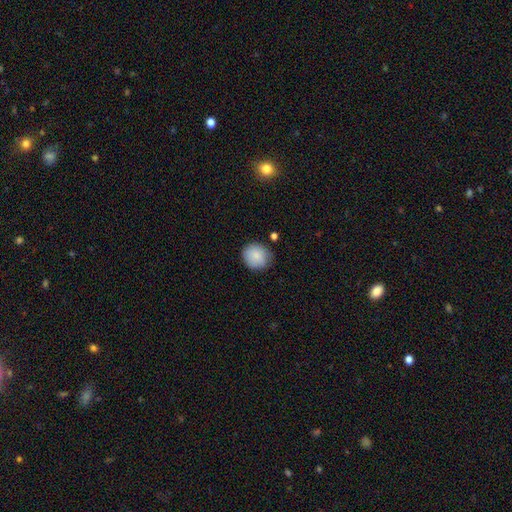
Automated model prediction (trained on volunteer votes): This is clearly a smooth galaxy (86%). How rounded: clearly round (82%). Merging: likely none (77%).